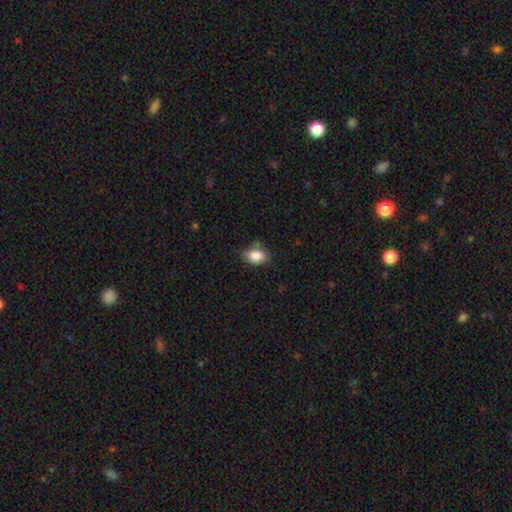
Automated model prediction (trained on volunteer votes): smooth-or-featured: smooth: 87% | star or artifact: 8% | featured or disk: 5%
  how-rounded: in between: 85% | round: 13% | cigar-shaped: 2%
  merging: none: 70% | minor disturbance: 21% | merger: 5% | major disturbance: 4%